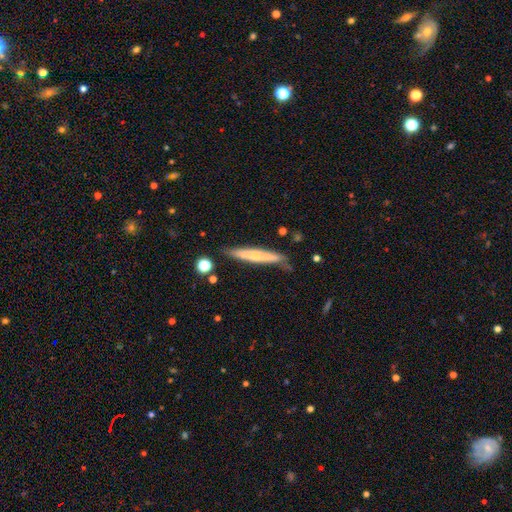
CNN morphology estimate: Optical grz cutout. It shows a smooth galaxy with no disk features (51%) that is cigar-shaped (94%). Merging: none (77%).